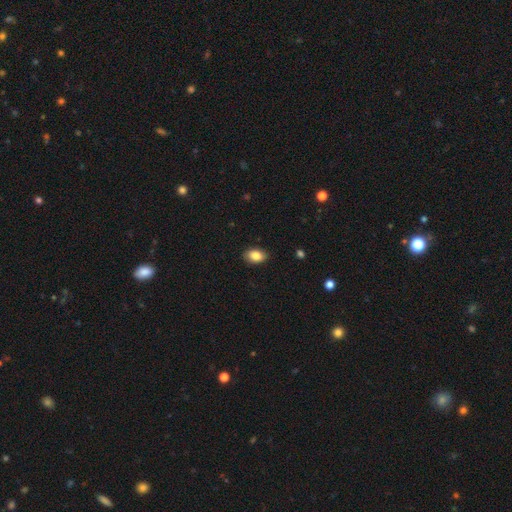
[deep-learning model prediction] A smooth galaxy with no disk features (85%) that is in between round and cigar-shaped (87%).

Vote fractions:
- Smooth or featured? smooth: 85% / star or artifact: 8% / featured or disk: 7%
- How rounded? in between: 87% / round: 12% / cigar-shaped: 1%
- Merging? none: 88% / minor disturbance: 9% / major disturbance: 2% / merger: 1%